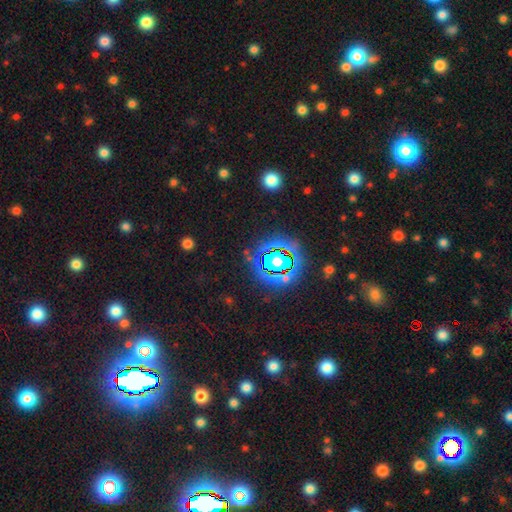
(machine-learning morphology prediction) This appears to be a star or artifact, not a galaxy (81%).